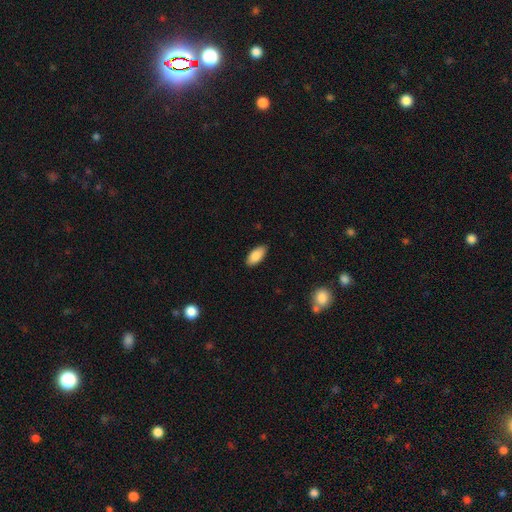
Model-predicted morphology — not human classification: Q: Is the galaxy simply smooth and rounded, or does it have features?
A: smooth — 88%.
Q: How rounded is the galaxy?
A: in between — 91%.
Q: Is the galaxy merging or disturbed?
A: none — 87%.